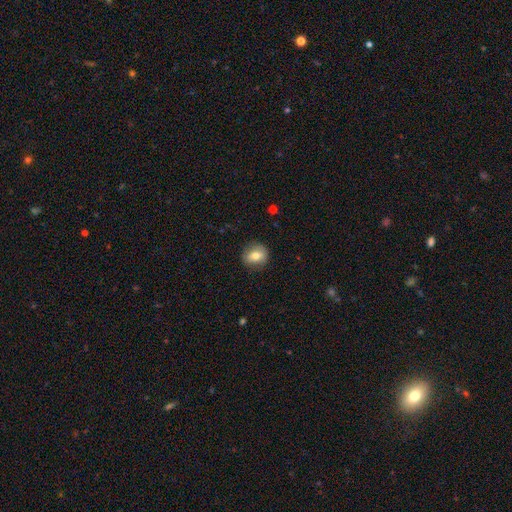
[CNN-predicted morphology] Smooth or featured: smooth — 69% (featured or disk — 22%)
How rounded: round — 66% (in between — 33%)
Merging: none — 83% (minor disturbance — 13%)